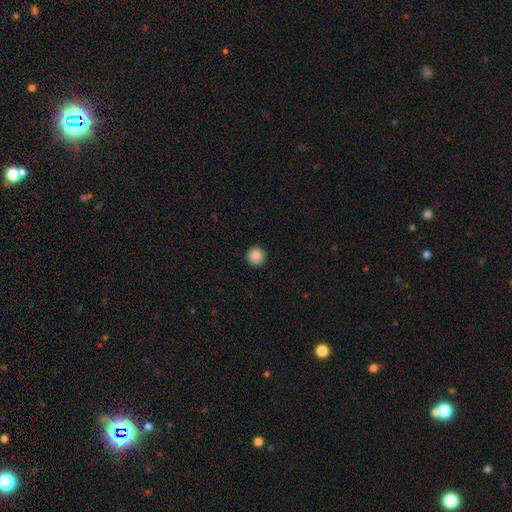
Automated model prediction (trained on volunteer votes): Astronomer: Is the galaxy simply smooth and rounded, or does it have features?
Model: smooth — 87%.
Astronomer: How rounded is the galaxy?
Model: round — 95%.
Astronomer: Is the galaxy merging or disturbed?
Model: none — 92%.